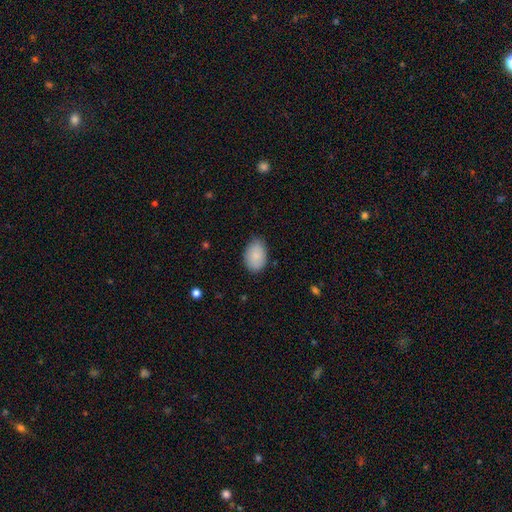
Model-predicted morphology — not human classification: Smooth or featured? Predicted: smooth (p=0.88). How rounded? Predicted: in between (p=0.87). Merging? Predicted: none (p=0.76).